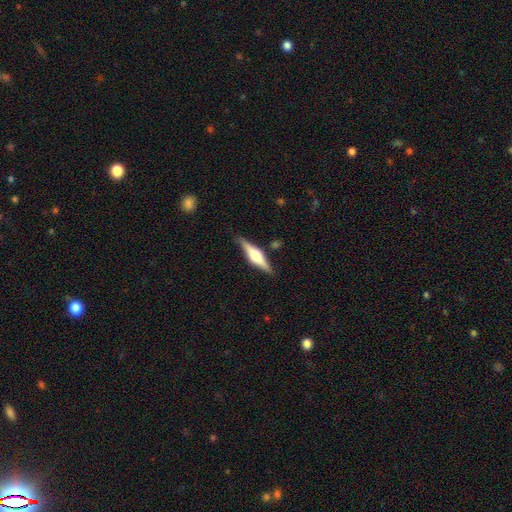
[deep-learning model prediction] Smooth or featured? Predicted: featured or disk (p=0.73). Edge-on disk? Predicted: yes (p=0.97). Edge-on bulge? Predicted: rounded (p=0.89). Merging? Predicted: none (p=0.87).